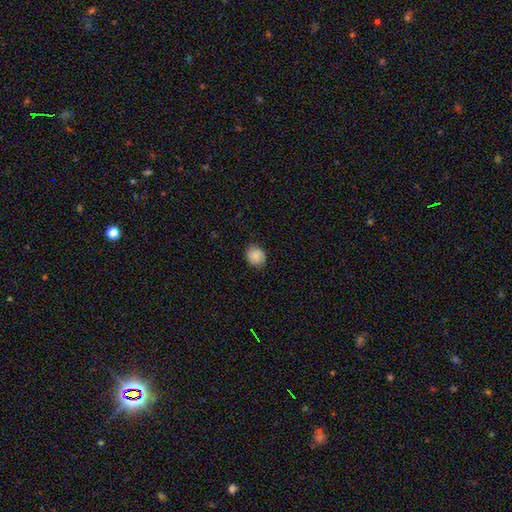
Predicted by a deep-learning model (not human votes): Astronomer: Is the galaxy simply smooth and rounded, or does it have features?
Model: smooth — 82%.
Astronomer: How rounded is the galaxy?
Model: round — 77%.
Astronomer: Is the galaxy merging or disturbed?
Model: none — 81%.